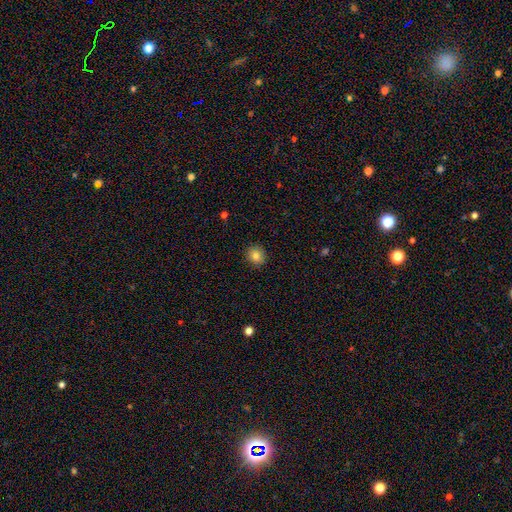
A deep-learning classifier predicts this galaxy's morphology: This is clearly a smooth galaxy (82%). How rounded: clearly round (84%). Merging: clearly none (91%).